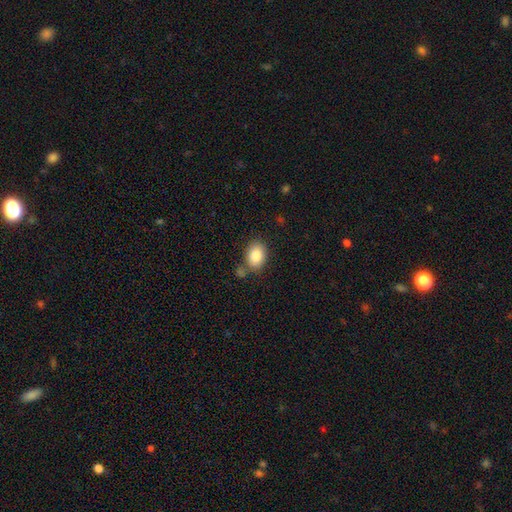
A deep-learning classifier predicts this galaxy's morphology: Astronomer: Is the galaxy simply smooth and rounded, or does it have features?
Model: smooth — 85%.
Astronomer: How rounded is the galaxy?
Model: in between — 78%.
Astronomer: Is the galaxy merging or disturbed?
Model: none — 70%.